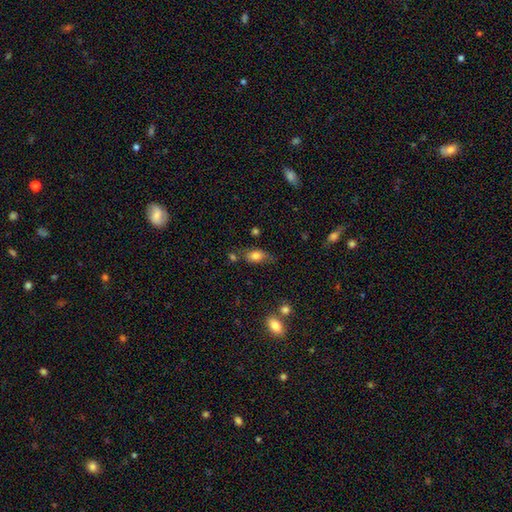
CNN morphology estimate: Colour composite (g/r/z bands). It shows a smooth galaxy with no disk features (78%) that is in between round and cigar-shaped (83%). Merging: none (57%).